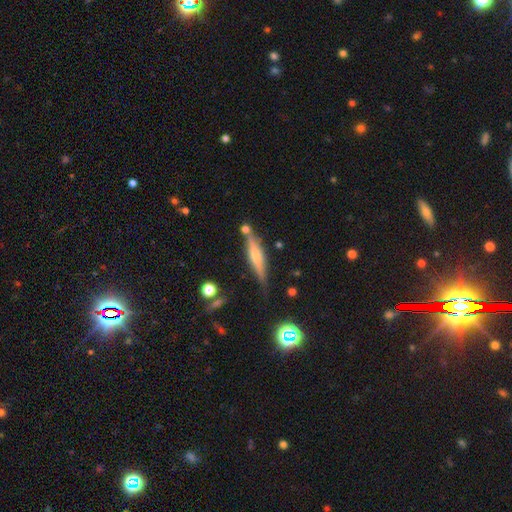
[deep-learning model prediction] The model was most divided on "smooth or featured": featured or disk: 55%, smooth: 38%, star or artifact: 8%. More confident: edge-on disk — yes (94%); merging — none (75%); edge-on bulge — rounded (60%).